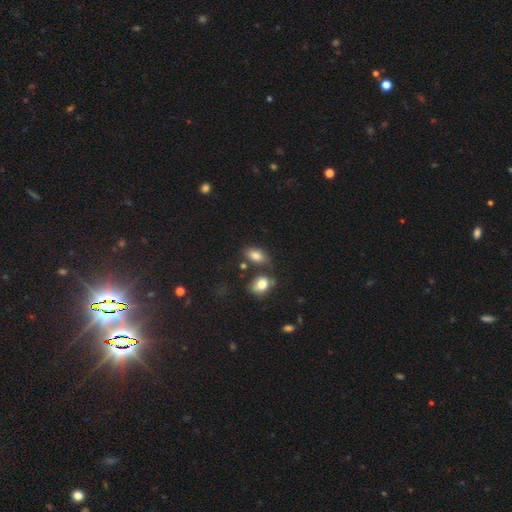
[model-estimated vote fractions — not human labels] This appears to be a smooth galaxy with no disk features (80%) that is in between round and cigar-shaped (86%). Merging: none (56%).